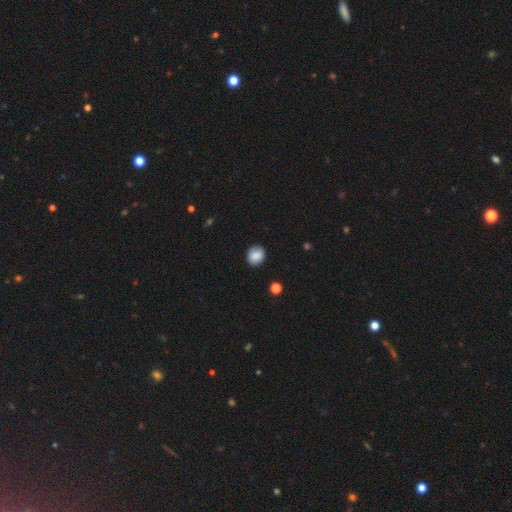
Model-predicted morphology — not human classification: This is clearly a smooth galaxy (85%). How rounded: likely round (78%). Merging: clearly none (88%).